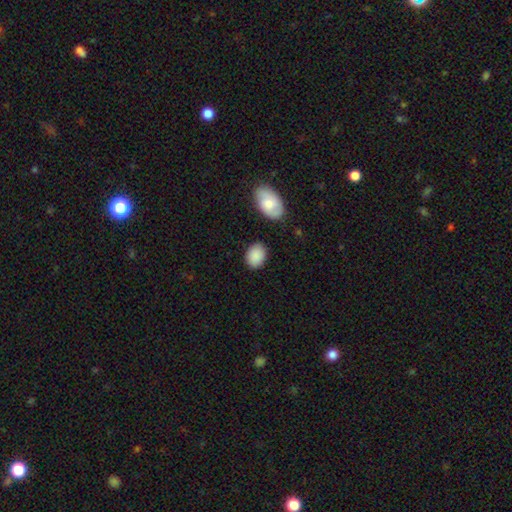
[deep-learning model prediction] A smooth galaxy with no disk features (88%) that is in between round and cigar-shaped (71%).

Vote fractions:
- Smooth or featured? smooth: 88% / star or artifact: 6% / featured or disk: 5%
- How rounded? in between: 71% / round: 27% / cigar-shaped: 1%
- Merging? none: 81% / minor disturbance: 12% / merger: 4% / major disturbance: 3%